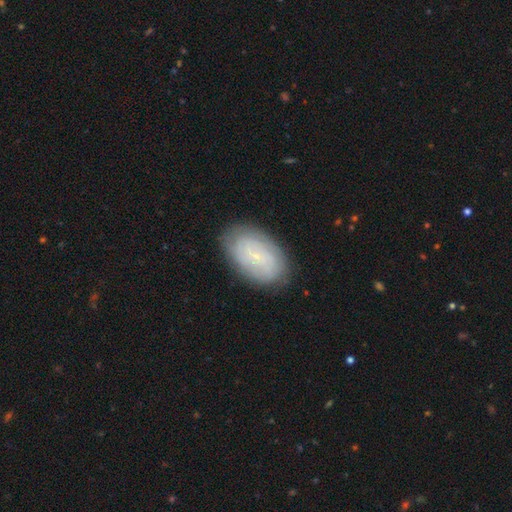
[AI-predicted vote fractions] smooth-or-featured: featured or disk: 51% | smooth: 40% | star or artifact: 9%
  disk-edge-on: no: 95% | yes: 5%
  merging: none: 84% | minor disturbance: 12% | major disturbance: 3% | merger: 1%